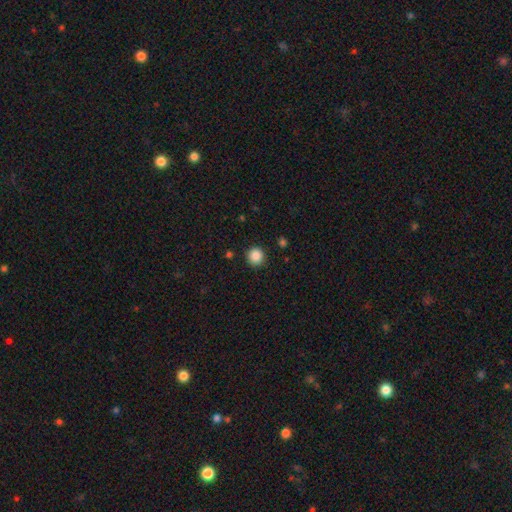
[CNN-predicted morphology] smooth_or_featured: smooth (p=0.87) [alt: star or artifact p=0.10]
how_rounded: round (p=0.94) [alt: in between p=0.05]
merging: none (p=0.91) [alt: minor disturbance p=0.06]